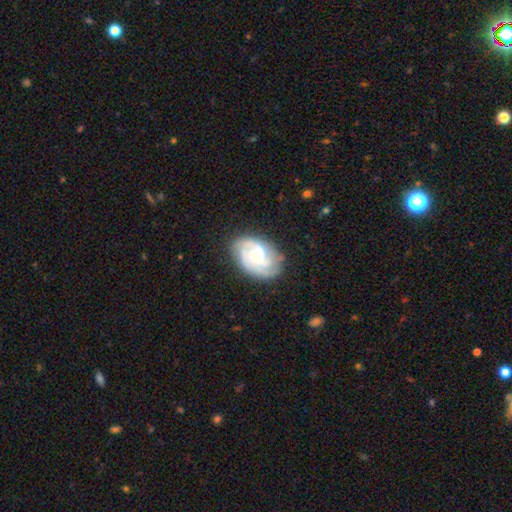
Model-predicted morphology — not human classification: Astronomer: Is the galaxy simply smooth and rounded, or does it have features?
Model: featured or disk — 79%.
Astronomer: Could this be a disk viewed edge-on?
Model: no — 98%.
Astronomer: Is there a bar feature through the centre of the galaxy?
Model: no — 54% (runner-up: weak, 38%).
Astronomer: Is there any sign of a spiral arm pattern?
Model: yes — 96%.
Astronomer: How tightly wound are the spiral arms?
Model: tight — 57% (runner-up: medium, 35%).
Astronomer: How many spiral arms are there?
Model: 3 — 37% (runner-up: 2, 23%).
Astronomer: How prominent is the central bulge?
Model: small — 38% (runner-up: moderate, 28%).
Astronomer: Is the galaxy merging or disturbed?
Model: none — 76%.